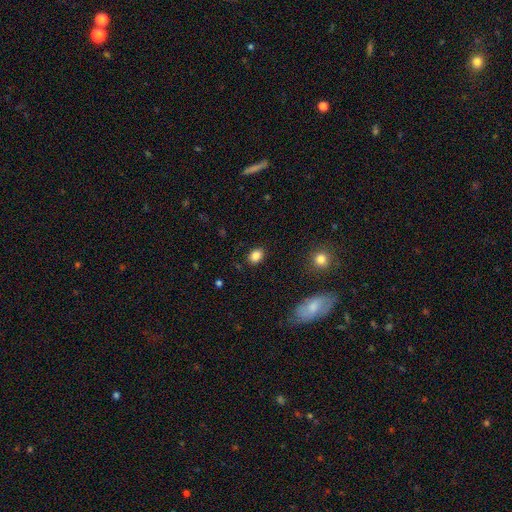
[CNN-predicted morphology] A smooth galaxy with no disk features (86%) that is in between round and cigar-shaped (66%). Merging: none (87%).